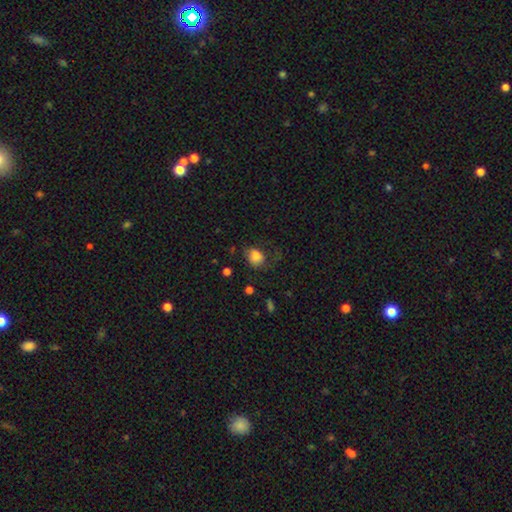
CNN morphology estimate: A smooth galaxy with no disk features (80%) that is in between round and cigar-shaped (51%).

Vote fractions:
- Smooth or featured? smooth: 80% / star or artifact: 10% / featured or disk: 10%
- How rounded? in between: 51% / round: 48% / cigar-shaped: 1%
- Merging? none: 47% / minor disturbance: 27% / major disturbance: 23% / merger: 2%